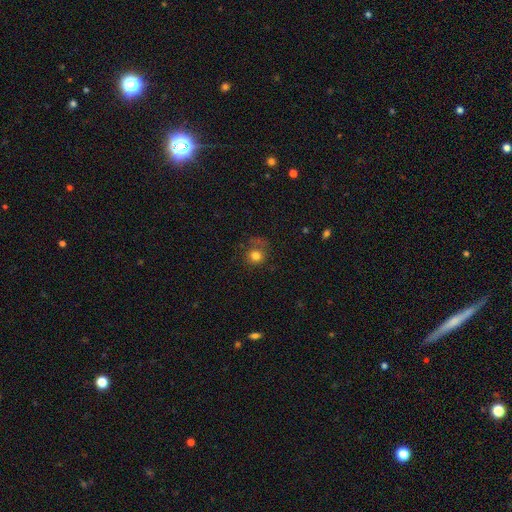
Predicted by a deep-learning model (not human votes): smooth_or_featured: smooth (p=0.75) [alt: star or artifact p=0.13]
how_rounded: round (p=0.82) [alt: in between p=0.17]
merging: none (p=0.57) [alt: minor disturbance p=0.21]